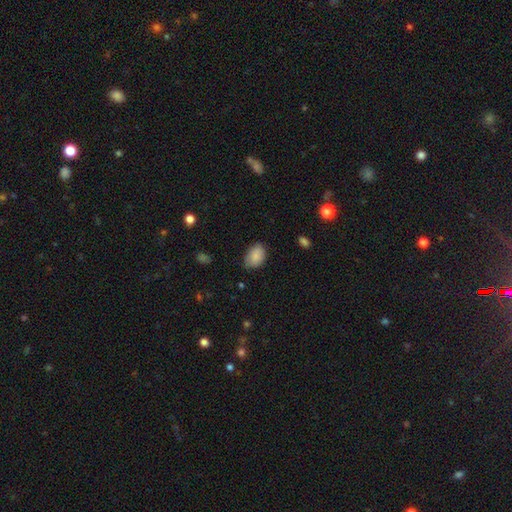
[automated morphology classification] Overall: smooth (87%). How rounded: in between (86%). Merging: none (69%).